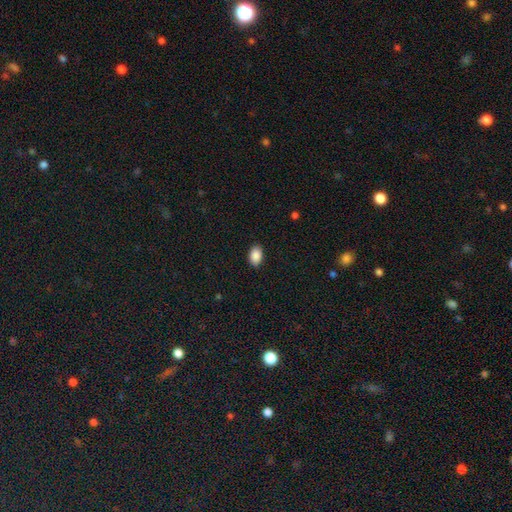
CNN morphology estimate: Smooth or featured?
  - smooth: 90% *
  - star or artifact: 7%
  - featured or disk: 3%
How rounded?
  - in between: 88% *
  - round: 11%
  - cigar-shaped: 1%
Merging?
  - none: 89% *
  - minor disturbance: 8%
  - major disturbance: 2%
  - merger: 1%